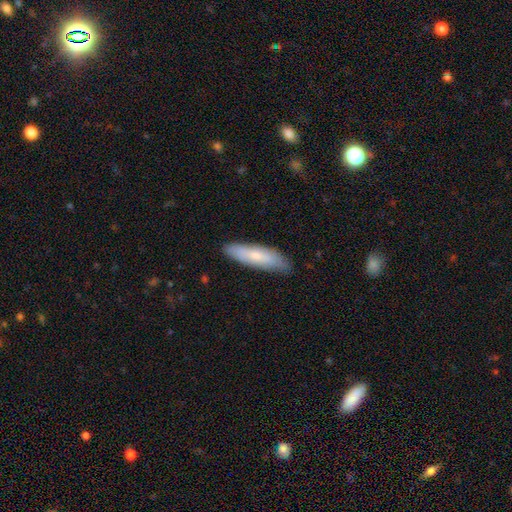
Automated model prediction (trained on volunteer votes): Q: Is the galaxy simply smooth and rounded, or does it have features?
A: smooth — 69%.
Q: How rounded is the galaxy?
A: cigar-shaped — 65%.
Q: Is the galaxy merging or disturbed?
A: none — 82%.